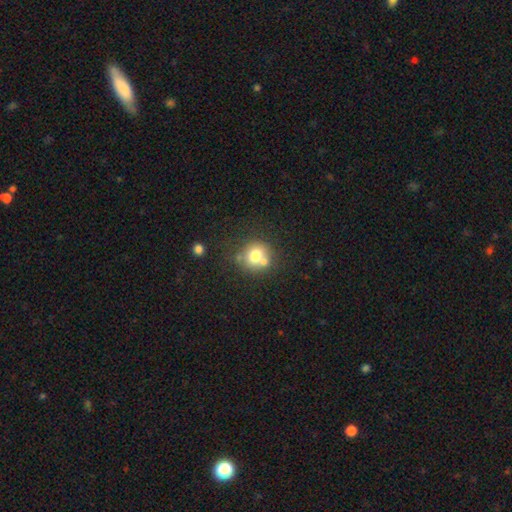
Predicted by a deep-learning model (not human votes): A smooth galaxy with no disk features (71%) that is round (86%).

Vote fractions:
- Smooth or featured? smooth: 71% / featured or disk: 18% / star or artifact: 12%
- How rounded? round: 86% / in between: 13% / cigar-shaped: 1%
- Merging? none: 57% / merger: 28% / minor disturbance: 11% / major disturbance: 4%